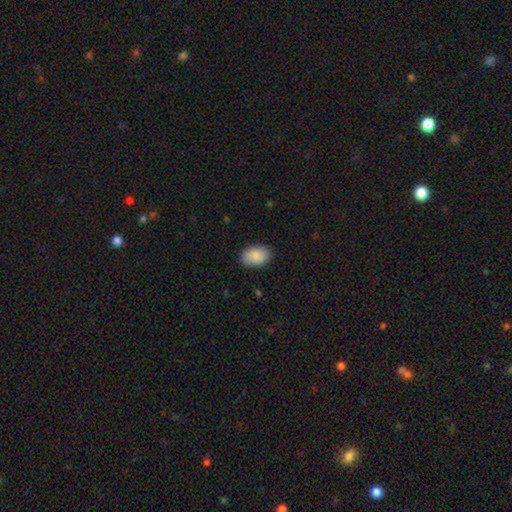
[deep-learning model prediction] Overall: smooth (89%). How rounded: in between (89%). Merging: none (85%).